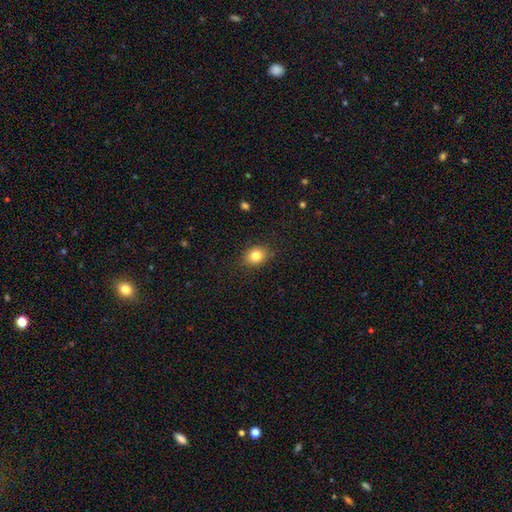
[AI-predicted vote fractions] Smooth or featured? smooth (83%)
How rounded? in between (50%)
Merging? none (86%)